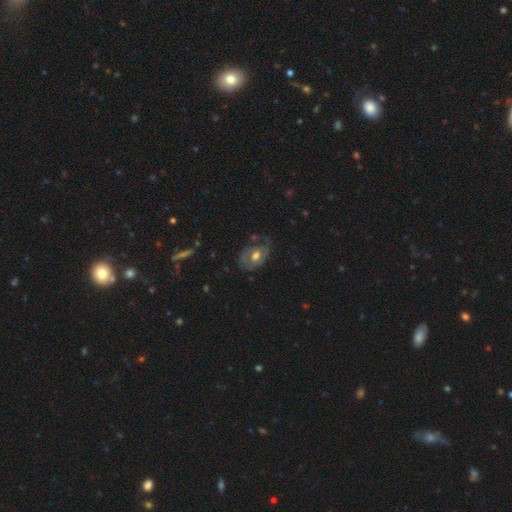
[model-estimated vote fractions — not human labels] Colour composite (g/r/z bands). It shows a featured or disk galaxy (60%) with no bar (61%), spiral arms (57%) and a moderate central bulge (72%). Merging: none (52%).